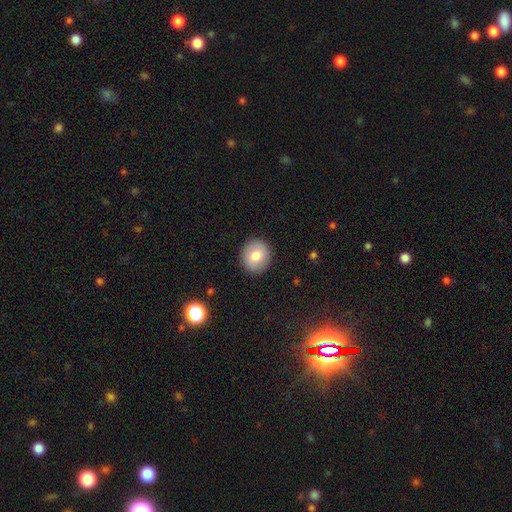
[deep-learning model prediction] Smooth or featured?
  - smooth: 76% *
  - featured or disk: 15%
  - star or artifact: 8%
How rounded?
  - round: 86% *
  - in between: 13%
  - cigar-shaped: 1%
Merging?
  - none: 91% *
  - minor disturbance: 6%
  - major disturbance: 2%
  - merger: 1%